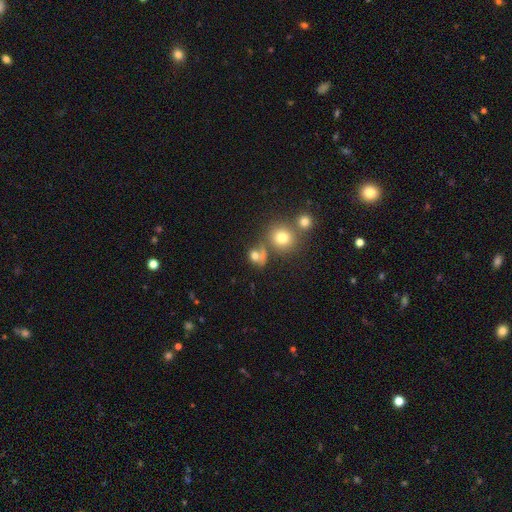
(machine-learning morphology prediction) Overall: smooth (71%). How rounded: round (71%). Merging: none (49%; merger 28%).